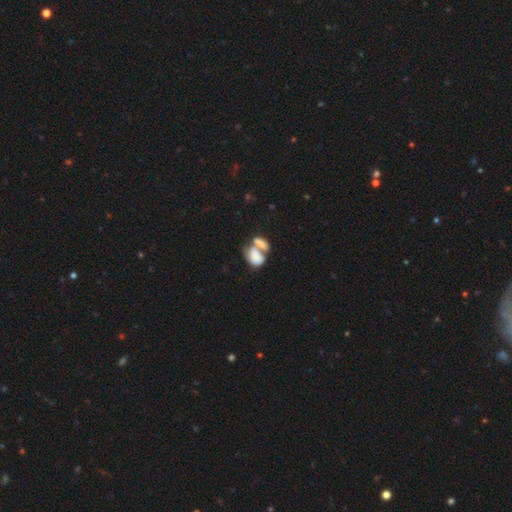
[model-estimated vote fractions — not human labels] smooth 75%, featured or disk 16%, star or artifact 8%. Down the decision tree: how rounded — in between (82%); merging — merger (66%).